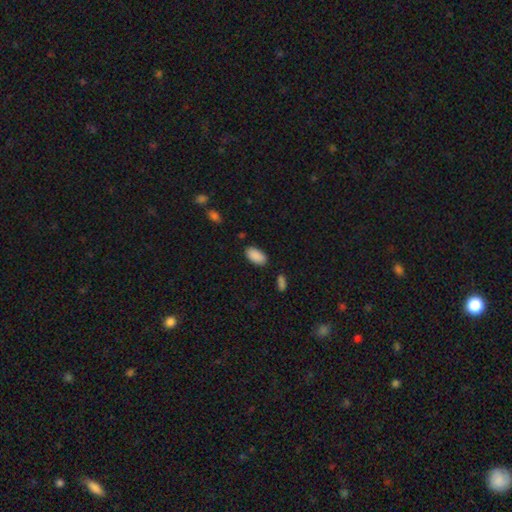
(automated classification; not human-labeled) smooth 90%, star or artifact 7%, featured or disk 3%. Down the decision tree: how rounded — in between (95%); merging — none (85%).